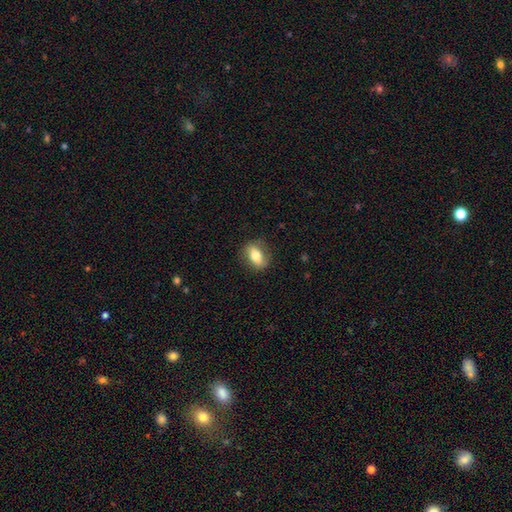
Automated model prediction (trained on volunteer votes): smooth-or-featured: smooth: 67% | featured or disk: 26% | star or artifact: 8%
  how-rounded: in between: 75% | round: 19% | cigar-shaped: 5%
  merging: none: 81% | minor disturbance: 14% | major disturbance: 4% | merger: 1%